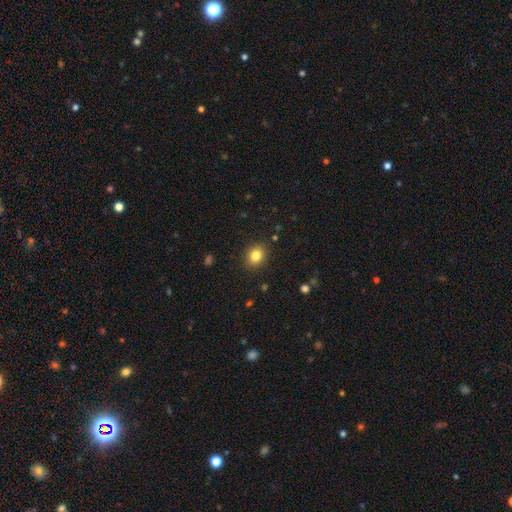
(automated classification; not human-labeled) This is clearly a smooth galaxy (83%). How rounded: possibly round (55%). Merging: clearly none (88%).